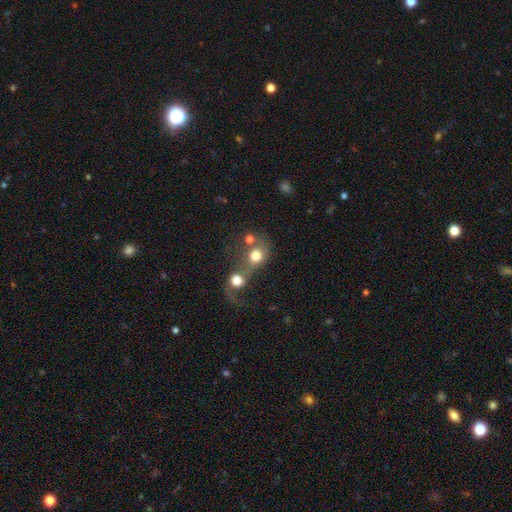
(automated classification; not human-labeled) Overall: smooth (71%). How rounded: round (73%). Merging: merger (62%).